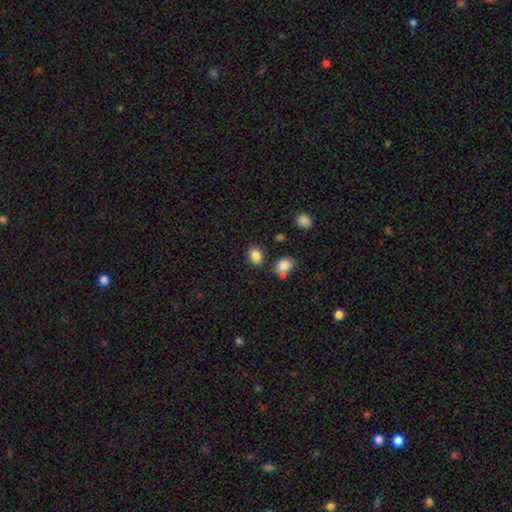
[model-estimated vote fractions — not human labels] This appears to be a smooth galaxy with no disk features (85%) that is in between round and cigar-shaped (54%). Merging: none (77%).